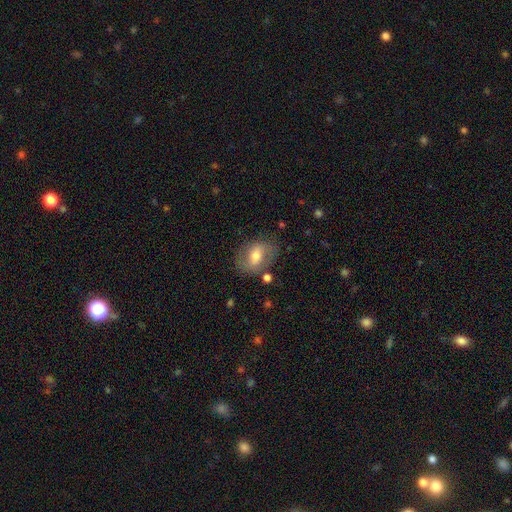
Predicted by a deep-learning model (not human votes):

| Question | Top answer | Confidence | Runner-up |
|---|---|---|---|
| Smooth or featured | smooth | 51% | featured or disk (41%) |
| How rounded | in between | 69% | round (29%) |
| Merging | none | 72% | minor disturbance (17%) |